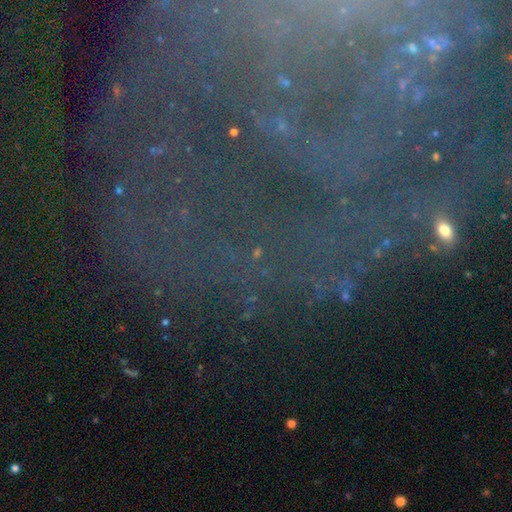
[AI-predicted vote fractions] Smooth or featured?
  - featured or disk: 44% *
  - star or artifact: 42%
  - smooth: 14%
Merging?
  - none: 69% *
  - minor disturbance: 14%
  - major disturbance: 12%
  - merger: 5%